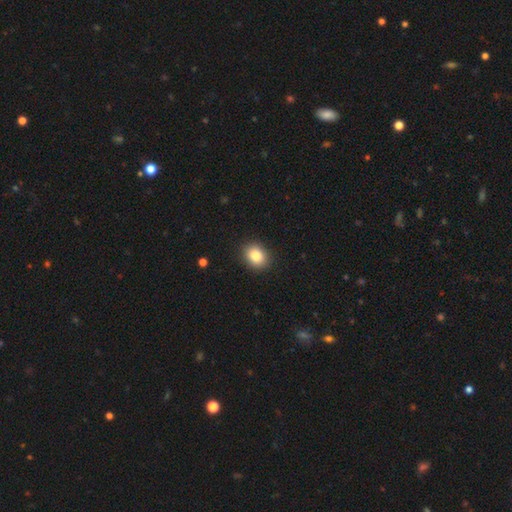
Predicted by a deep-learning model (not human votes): smooth 85%, star or artifact 9%, featured or disk 6%. Down the decision tree: how rounded — round (50%); merging — none (90%).